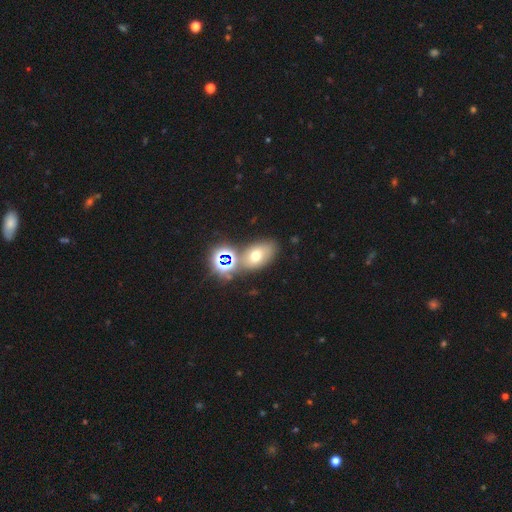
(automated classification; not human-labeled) smooth 59%, star or artifact 24%, featured or disk 17%. Down the decision tree: how rounded — in between (78%); merging — none (64%).